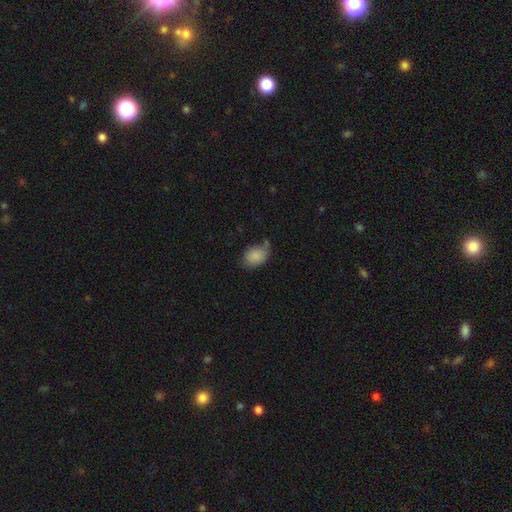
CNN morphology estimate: Smooth or featured?
  - smooth: 85% *
  - featured or disk: 8%
  - star or artifact: 7%
How rounded?
  - in between: 81% *
  - round: 18%
  - cigar-shaped: 1%
Merging?
  - none: 51% *
  - minor disturbance: 33%
  - major disturbance: 10%
  - merger: 6%